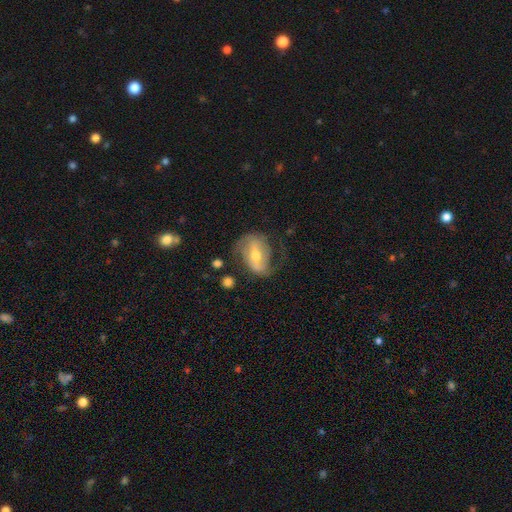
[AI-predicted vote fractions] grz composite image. It shows a featured or disk galaxy (74%) with a strong bar (45%), 2 (79%) medium (43%) spiral arms (84%) and a moderate central bulge (59%). Merging: none (57%).